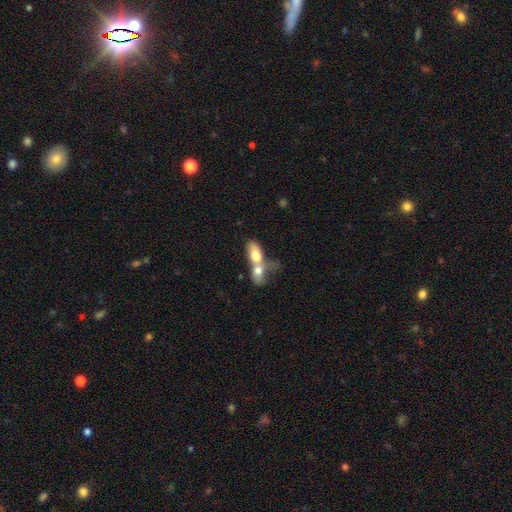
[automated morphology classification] Smooth or featured? smooth (70%)
How rounded? in between (79%)
Merging? merger (81%)